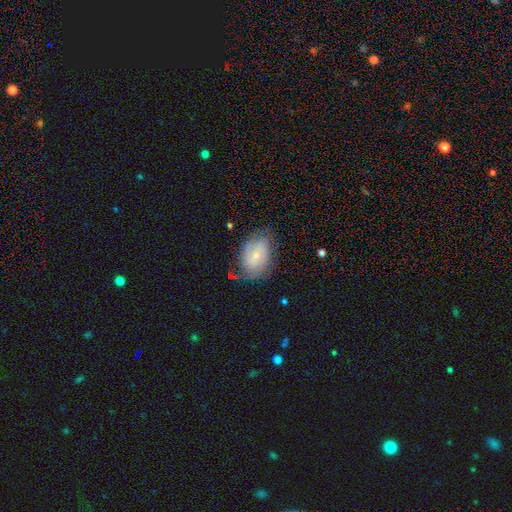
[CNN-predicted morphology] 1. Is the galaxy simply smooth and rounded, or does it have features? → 52% featured or disk, 40% smooth, 8% star or artifact.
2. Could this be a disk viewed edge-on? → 96% no, 4% yes.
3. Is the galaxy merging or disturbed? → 60% none, 27% minor disturbance, 11% major disturbance, 2% merger.